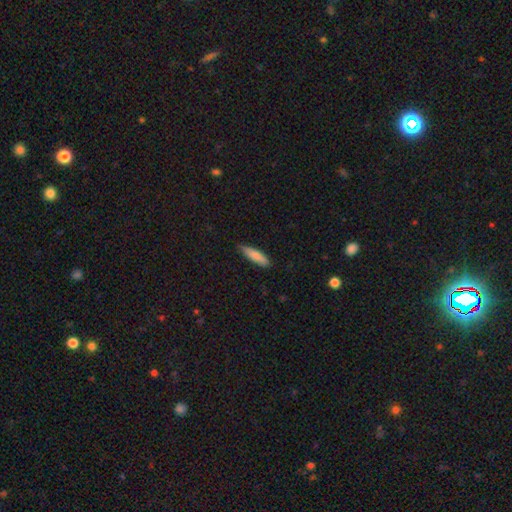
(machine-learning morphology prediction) smooth 81%, featured or disk 14%, star or artifact 6%. Down the decision tree: how rounded — cigar-shaped (67%); merging — none (79%).